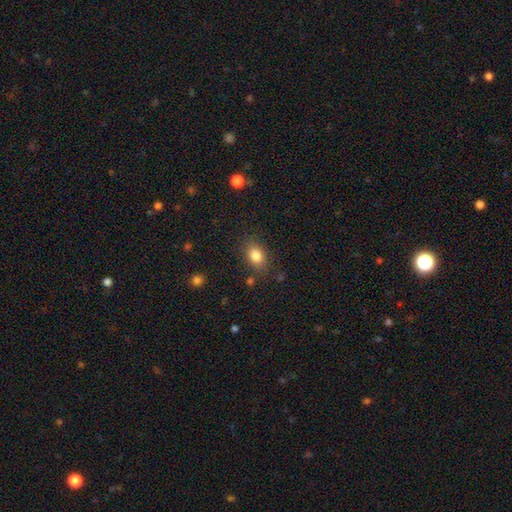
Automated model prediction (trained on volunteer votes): Smooth or featured? smooth (83%)
How rounded? in between (72%)
Merging? none (82%)